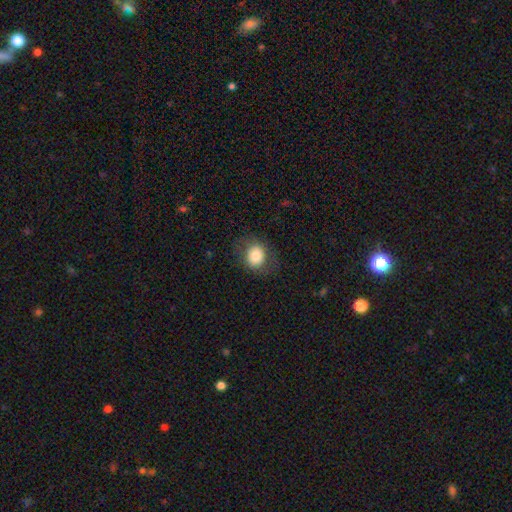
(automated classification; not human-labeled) A smooth galaxy with no disk features (79%) that is round (61%).

Vote fractions:
- Smooth or featured? smooth: 79% / featured or disk: 13% / star or artifact: 9%
- How rounded? round: 61% / in between: 38% / cigar-shaped: 1%
- Merging? none: 77% / minor disturbance: 15% / major disturbance: 8% / merger: 1%